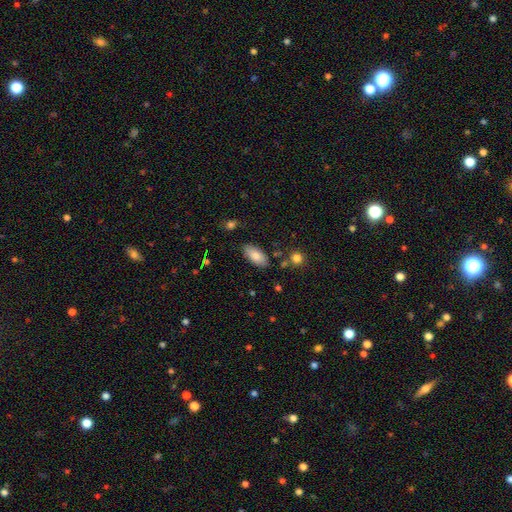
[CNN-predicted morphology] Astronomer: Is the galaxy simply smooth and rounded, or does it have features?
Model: smooth — 83%.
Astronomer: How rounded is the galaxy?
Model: in between — 92%.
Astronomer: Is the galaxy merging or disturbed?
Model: none — 83%.